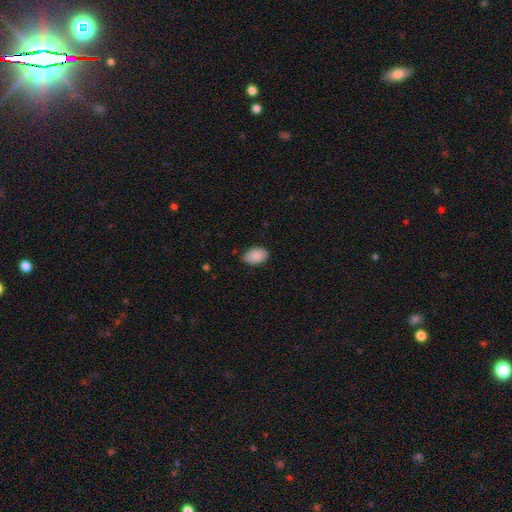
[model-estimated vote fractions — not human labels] Smooth or featured? Predicted: smooth (p=0.90). How rounded? Predicted: in between (p=0.90). Merging? Predicted: none (p=0.83).